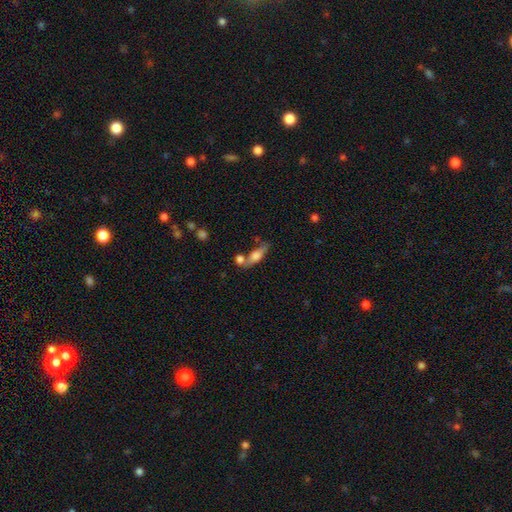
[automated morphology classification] smooth 55%, featured or disk 38%, star or artifact 7%. Down the decision tree: how rounded — in between (50%); merging — none (56%).